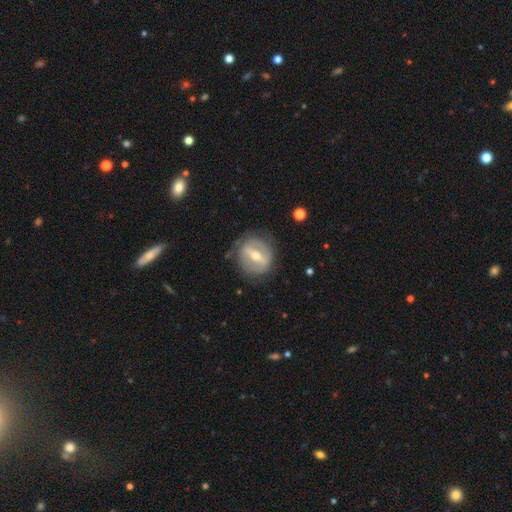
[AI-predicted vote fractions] The model was most divided on "spiral arms": no: 64%, yes: 36%. More confident: edge-on disk — no (89%); merging — none (75%); smooth or featured — featured or disk (74%); bar — strong (69%); bulge size — moderate (65%).